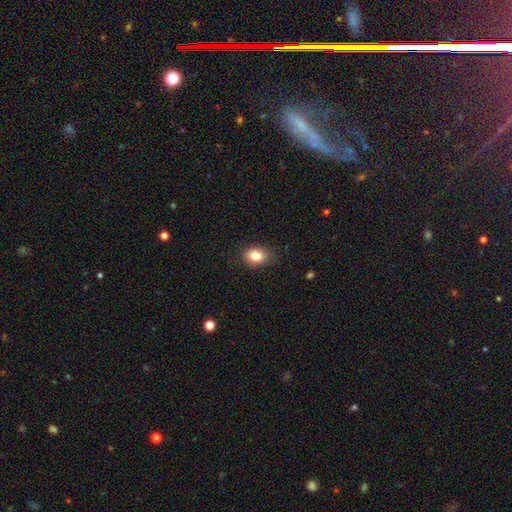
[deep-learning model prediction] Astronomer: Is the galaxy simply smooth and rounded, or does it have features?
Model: smooth — 83%.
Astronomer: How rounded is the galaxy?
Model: in between — 71%.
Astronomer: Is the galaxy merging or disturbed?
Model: none — 82%.